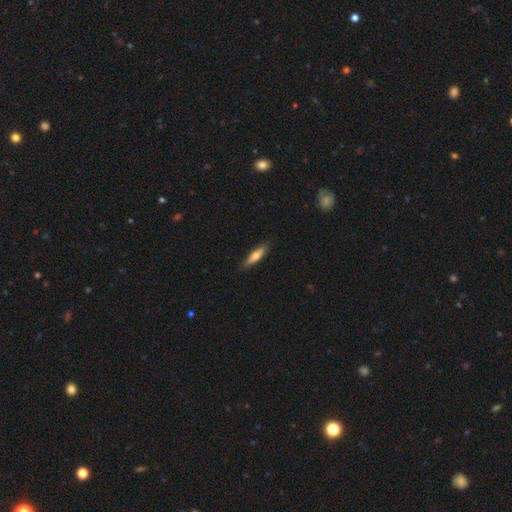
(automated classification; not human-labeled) This appears to be a smooth galaxy with no disk features (65%) that is cigar-shaped (72%). Merging: none (86%).